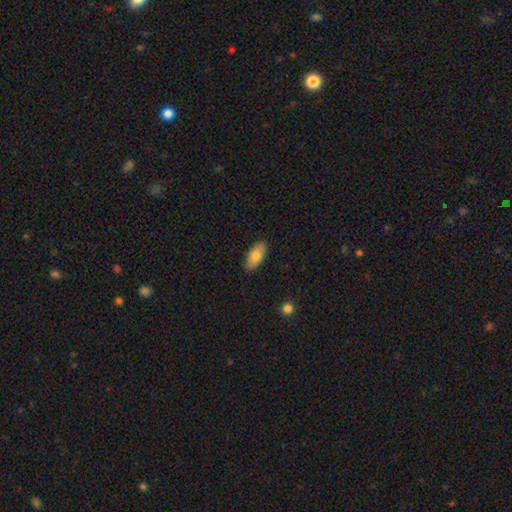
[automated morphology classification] smooth 80%, featured or disk 14%, star or artifact 6%. Down the decision tree: how rounded — in between (92%); merging — none (87%).